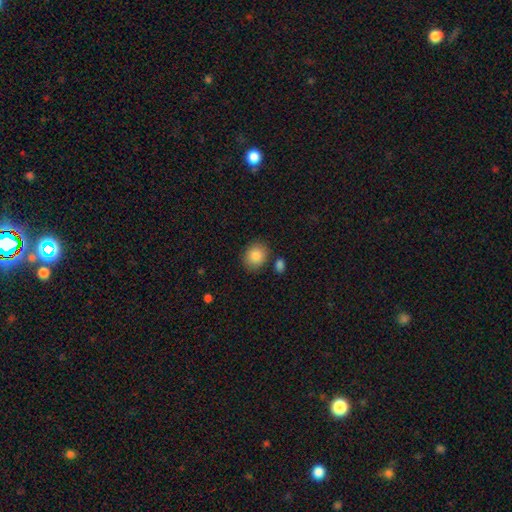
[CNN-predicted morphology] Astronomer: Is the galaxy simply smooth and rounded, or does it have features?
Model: smooth — 85%.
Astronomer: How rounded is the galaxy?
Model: round — 61% (runner-up: in between, 38%).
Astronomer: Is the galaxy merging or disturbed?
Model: none — 81%.